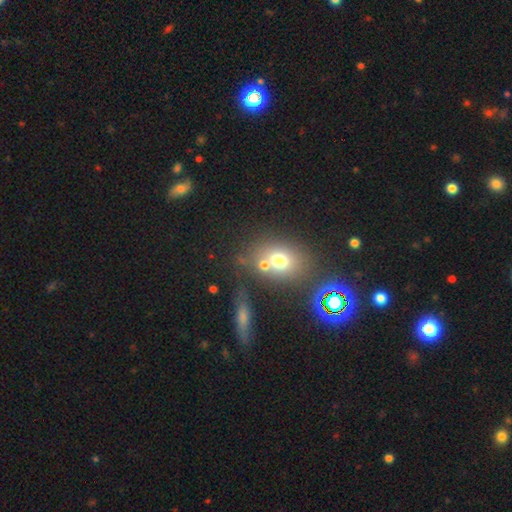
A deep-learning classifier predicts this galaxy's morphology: Smooth or featured? smooth (53%)
How rounded? round (50%)
Merging? none (61%)